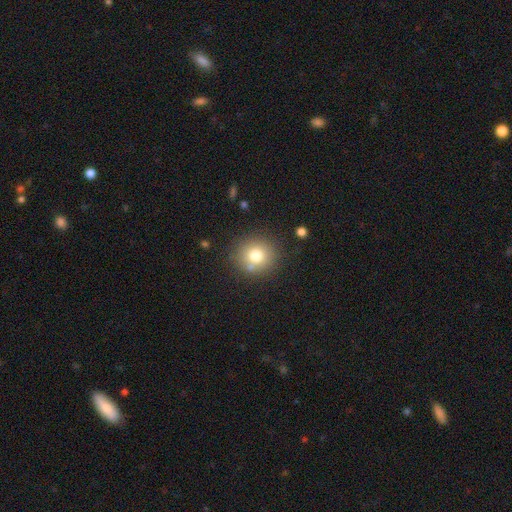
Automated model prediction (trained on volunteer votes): Smooth or featured? smooth (76%)
How rounded? round (90%)
Merging? none (81%)